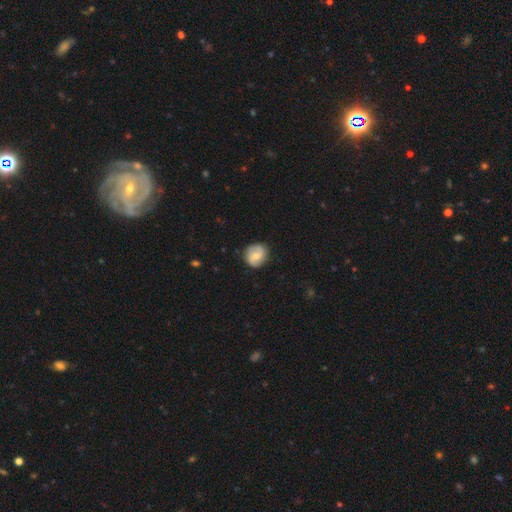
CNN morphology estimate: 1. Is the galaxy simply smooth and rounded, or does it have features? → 49% featured or disk, 44% smooth, 7% star or artifact.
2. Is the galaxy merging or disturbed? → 85% none, 12% minor disturbance, 3% major disturbance, 1% merger.